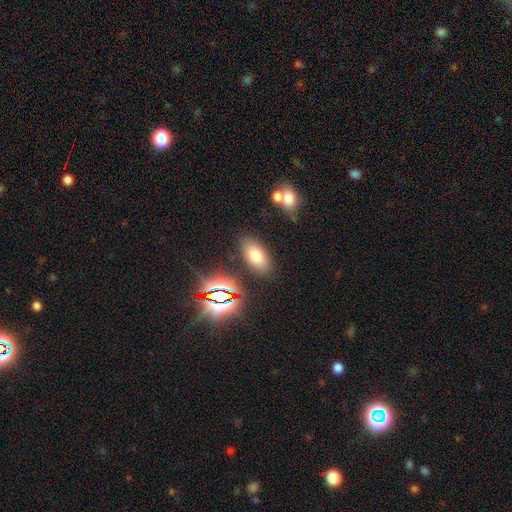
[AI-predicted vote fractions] Q: Smooth or featured?
A: smooth (70%); runner-up: star or artifact (16%)
Q: How rounded?
A: in between (89%); runner-up: round (6%)
Q: Merging?
A: none (82%); runner-up: minor disturbance (10%)